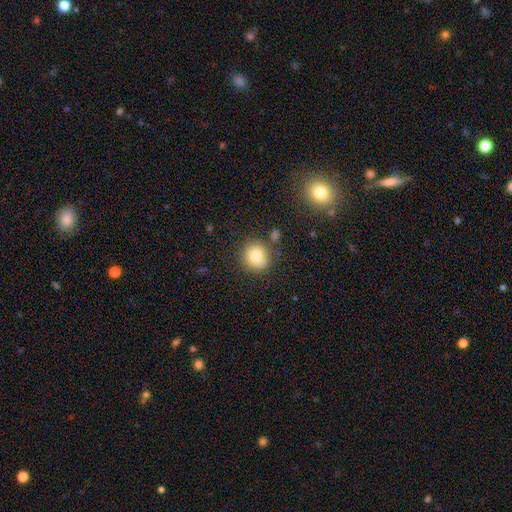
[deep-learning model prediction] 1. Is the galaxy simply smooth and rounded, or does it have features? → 80% smooth, 10% star or artifact, 10% featured or disk.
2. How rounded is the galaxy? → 89% round, 10% in between, 1% cigar-shaped.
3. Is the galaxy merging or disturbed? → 78% none, 12% minor disturbance, 6% merger, 4% major disturbance.